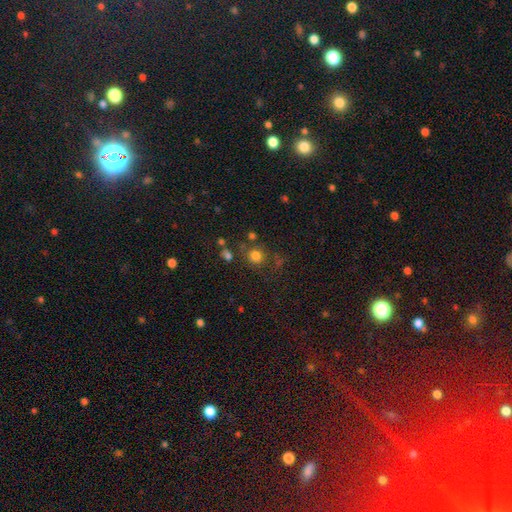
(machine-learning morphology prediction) Q: Smooth or featured?
A: smooth (76%); runner-up: star or artifact (17%)
Q: How rounded?
A: round (89%); runner-up: in between (10%)
Q: Merging?
A: none (73%); runner-up: minor disturbance (11%)